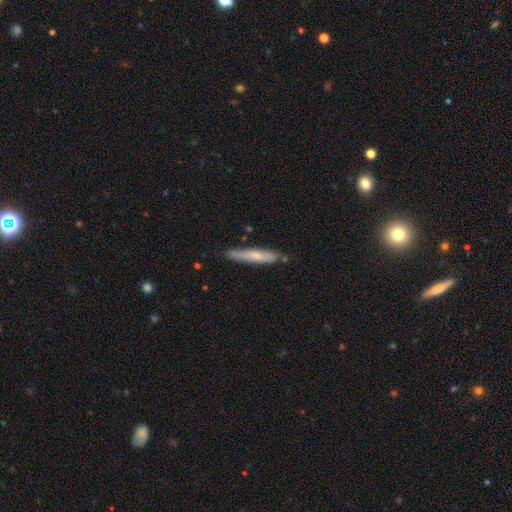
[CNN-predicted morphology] Q: Smooth or featured?
A: smooth (61%); runner-up: featured or disk (33%)
Q: How rounded?
A: cigar-shaped (91%); runner-up: in between (7%)
Q: Merging?
A: none (78%); runner-up: minor disturbance (16%)